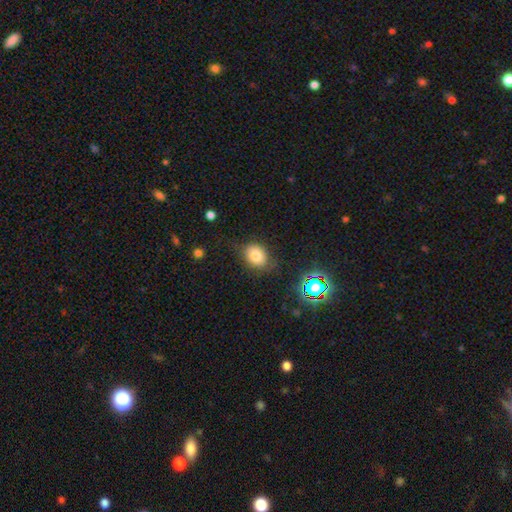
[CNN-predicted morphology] This is likely a smooth galaxy (77%). How rounded: possibly in between (55%). Merging: likely none (71%).